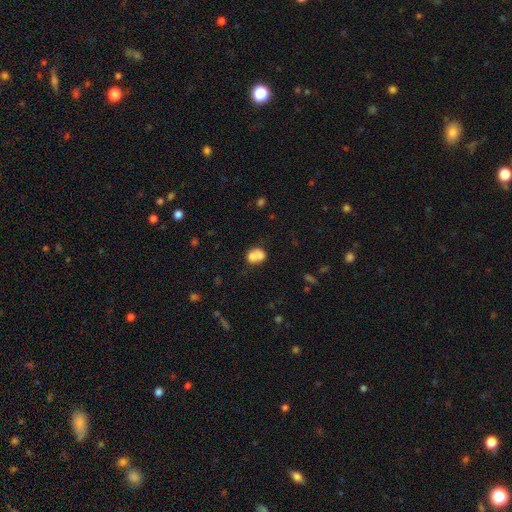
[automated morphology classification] Q: Smooth or featured?
A: smooth (71%); runner-up: featured or disk (20%)
Q: How rounded?
A: round (55%); runner-up: in between (44%)
Q: Merging?
A: merger (59%); runner-up: none (26%)